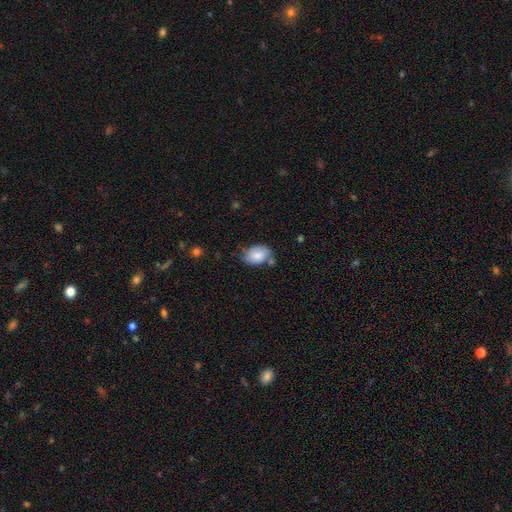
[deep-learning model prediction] Q: Smooth or featured?
A: smooth (78%); runner-up: featured or disk (15%)
Q: How rounded?
A: in between (79%); runner-up: round (20%)
Q: Merging?
A: none (58%); runner-up: minor disturbance (27%)